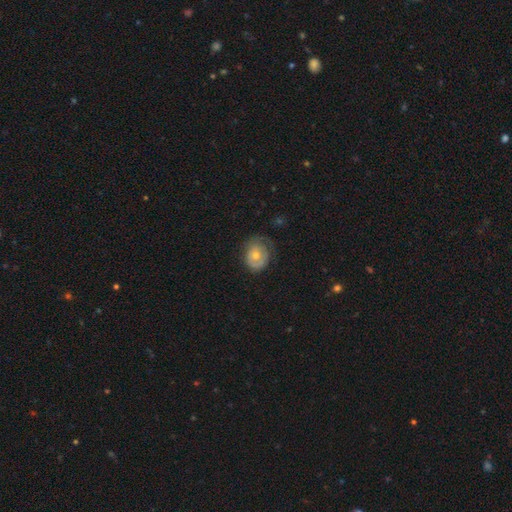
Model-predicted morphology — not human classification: Smooth or featured?
  - smooth: 54% *
  - featured or disk: 39%
  - star or artifact: 7%
How rounded?
  - round: 52% *
  - in between: 47%
  - cigar-shaped: 1%
Merging?
  - none: 51% *
  - minor disturbance: 31%
  - major disturbance: 17%
  - merger: 1%